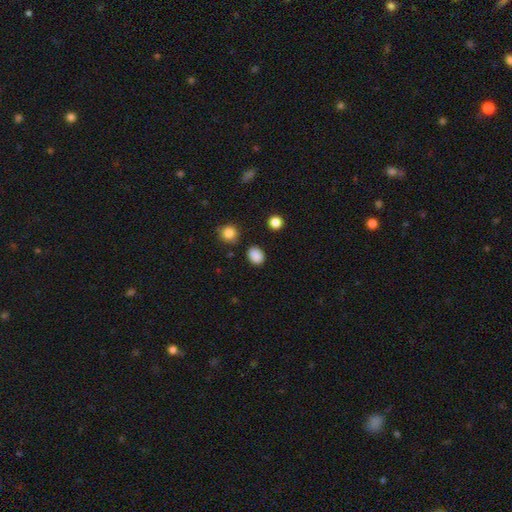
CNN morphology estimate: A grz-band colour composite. It shows a smooth galaxy with no disk features (87%) that is in between round and cigar-shaped (56%). Merging: none (84%).